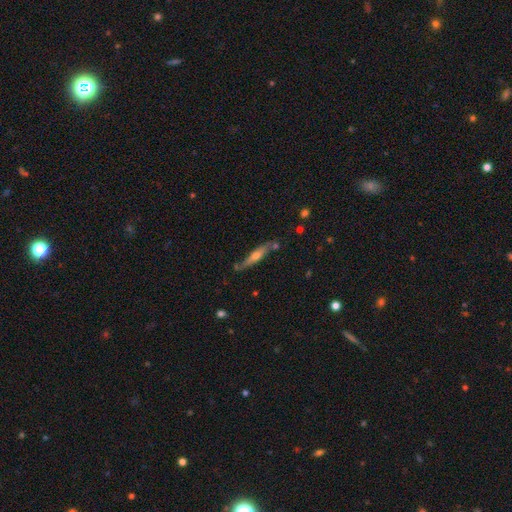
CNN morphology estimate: A featured or disk galaxy (61%) viewed edge-on (88%) with a rounded central bulge (81%).

Vote fractions:
- Smooth or featured? featured or disk: 61% / smooth: 32% / star or artifact: 7%
- Edge-on disk? yes: 88% / no: 12%
- Edge-on bulge? rounded: 81% / none: 13% / boxy: 6%
- Merging? none: 73% / minor disturbance: 17% / merger: 5% / major disturbance: 4%